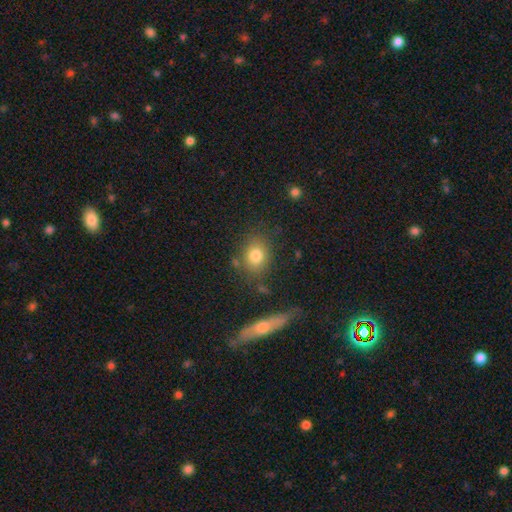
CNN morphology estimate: A smooth galaxy with no disk features (79%) that is round (51%). Merging: none (76%).